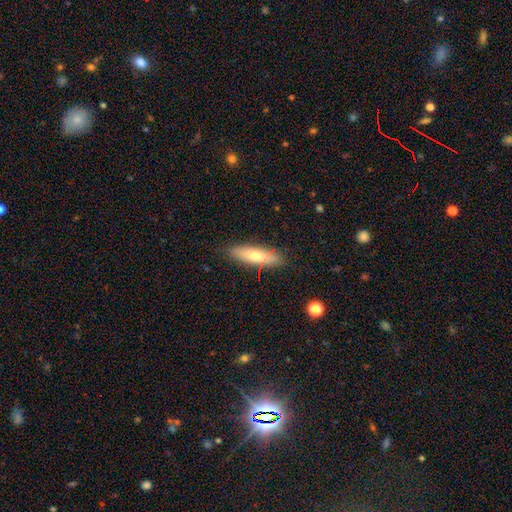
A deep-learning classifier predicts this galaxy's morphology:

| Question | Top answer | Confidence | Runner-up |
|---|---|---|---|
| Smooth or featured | smooth | 64% | featured or disk (30%) |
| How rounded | cigar-shaped | 59% | in between (39%) |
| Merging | none | 84% | minor disturbance (12%) |